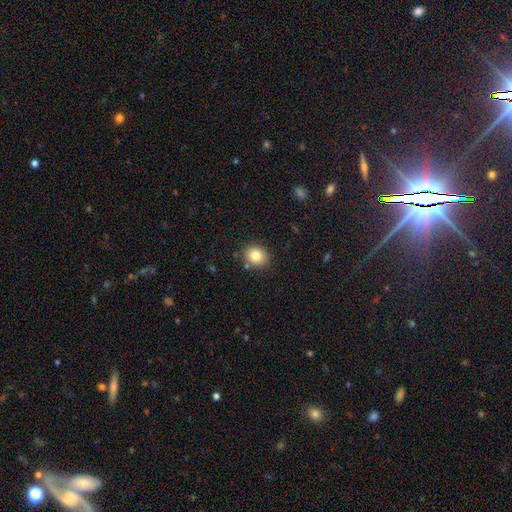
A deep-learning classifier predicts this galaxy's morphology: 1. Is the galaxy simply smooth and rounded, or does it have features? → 81% smooth, 10% star or artifact, 9% featured or disk.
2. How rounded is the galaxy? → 62% round, 37% in between, 1% cigar-shaped.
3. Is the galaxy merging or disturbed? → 85% none, 9% minor disturbance, 3% merger, 2% major disturbance.